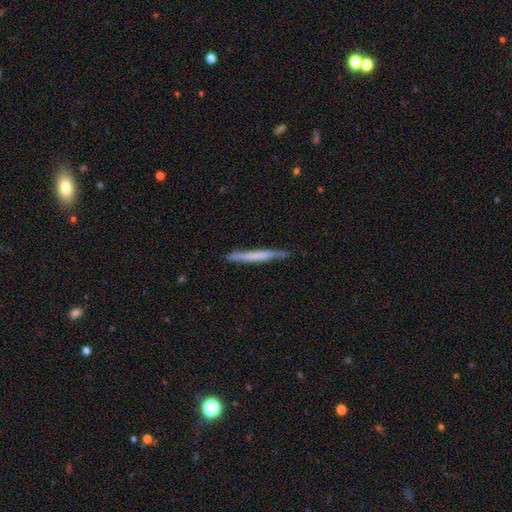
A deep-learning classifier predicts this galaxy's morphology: Smooth or featured? smooth (54%)
How rounded? cigar-shaped (97%)
Merging? none (85%)